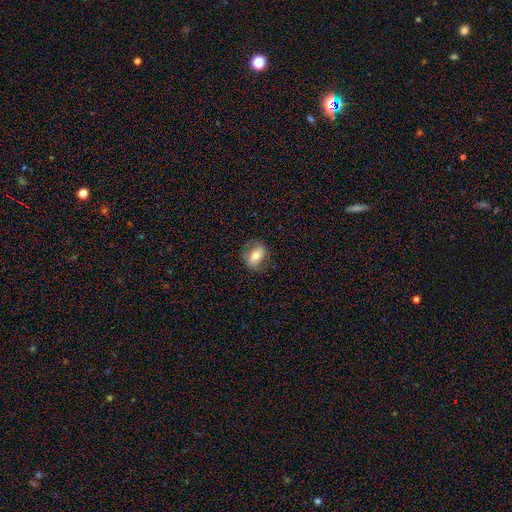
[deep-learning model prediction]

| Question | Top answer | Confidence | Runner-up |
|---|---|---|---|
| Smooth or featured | smooth | 53% | featured or disk (39%) |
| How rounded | in between | 73% | round (23%) |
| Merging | none | 75% | minor disturbance (17%) |